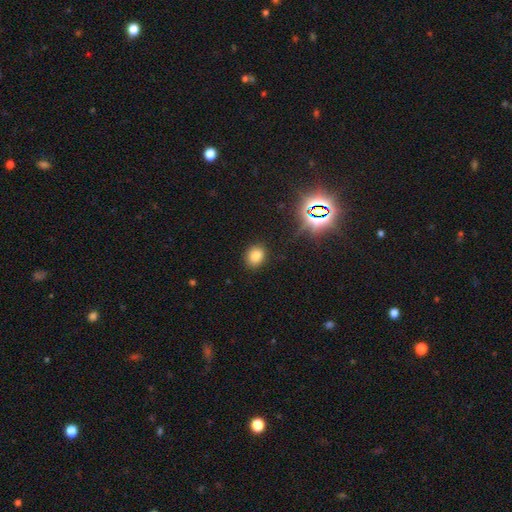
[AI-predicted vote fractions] Smooth or featured? Predicted: smooth (p=0.78). How rounded? Predicted: round (p=0.55). Merging? Predicted: none (p=0.86).